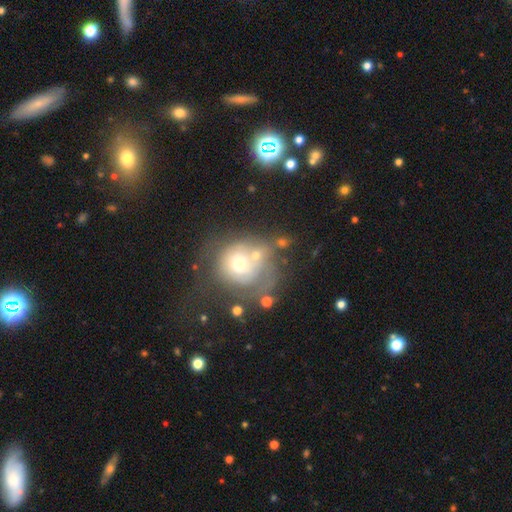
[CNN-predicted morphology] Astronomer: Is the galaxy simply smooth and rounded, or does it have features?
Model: featured or disk — 45% (runner-up: smooth, 44%).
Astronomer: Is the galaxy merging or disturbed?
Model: none — 31%, tied with merger at 31%.